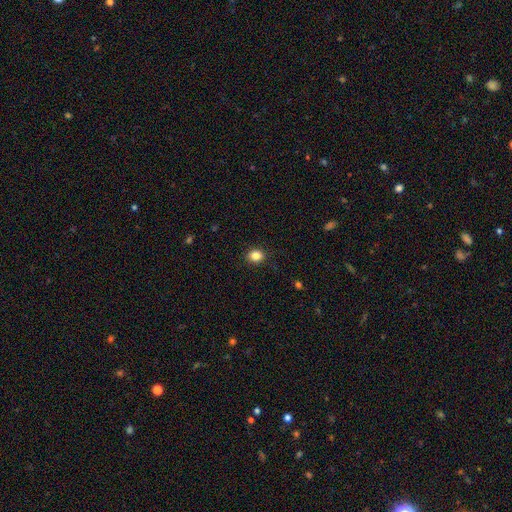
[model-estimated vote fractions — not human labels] smooth 85%, star or artifact 11%, featured or disk 5%. Down the decision tree: how rounded — round (60%); merging — none (90%).